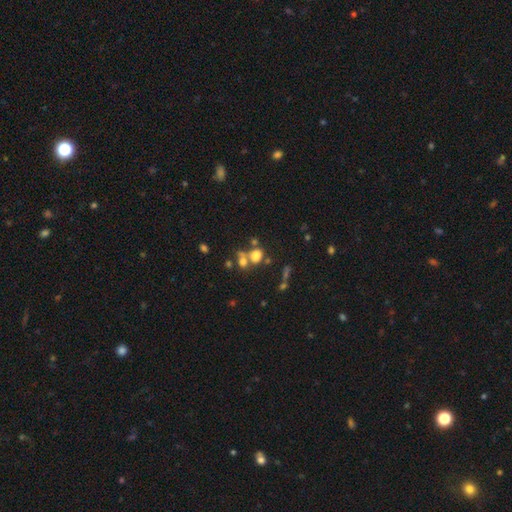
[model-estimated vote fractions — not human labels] Morphology: type=smooth (67%); roundness=round (55%); merging=merger (41%, tied with none).